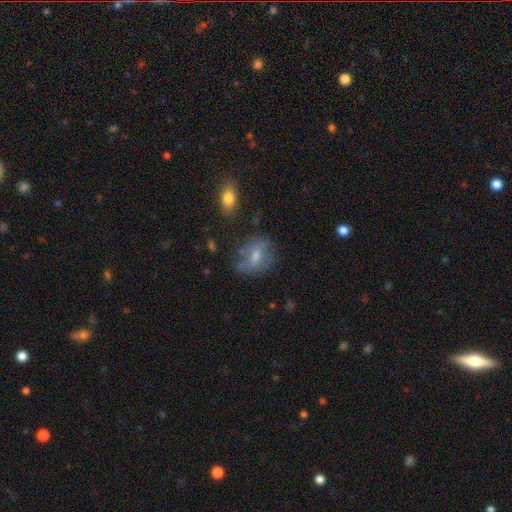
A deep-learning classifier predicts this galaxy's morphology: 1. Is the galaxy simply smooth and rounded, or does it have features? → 47% featured or disk, 40% smooth, 13% star or artifact.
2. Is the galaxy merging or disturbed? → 62% none, 23% minor disturbance, 11% major disturbance, 3% merger.